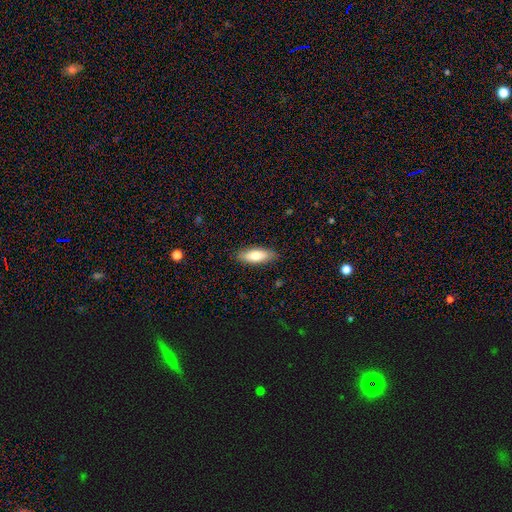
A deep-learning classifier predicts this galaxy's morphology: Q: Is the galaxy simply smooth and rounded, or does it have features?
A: smooth — 75%.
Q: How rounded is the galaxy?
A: in between — 67%.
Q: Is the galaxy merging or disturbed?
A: none — 87%.